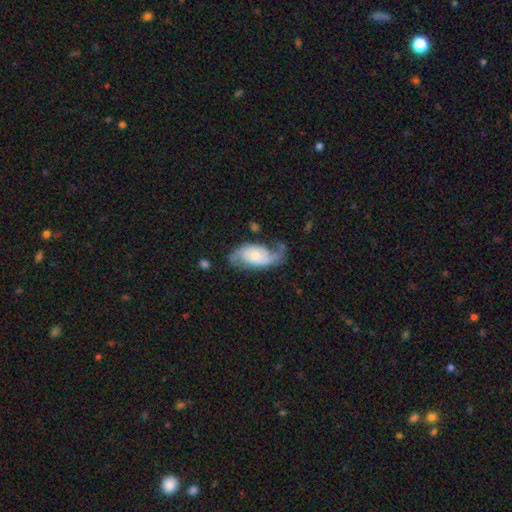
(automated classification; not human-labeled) A featured or disk galaxy (73%) with no bar (67%), 2 (82%) loose (52%) spiral arms (91%) and a small central bulge (46%). Merging: none (51%).